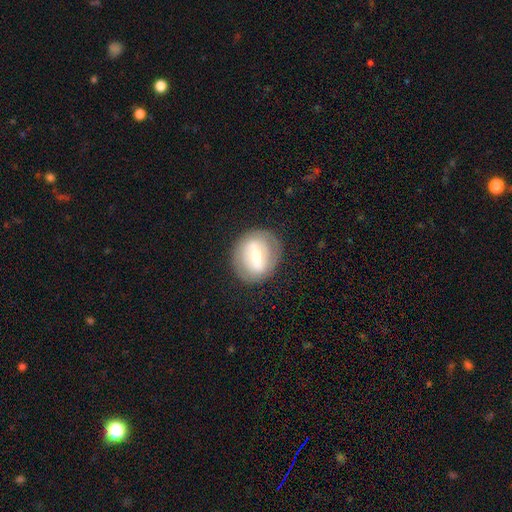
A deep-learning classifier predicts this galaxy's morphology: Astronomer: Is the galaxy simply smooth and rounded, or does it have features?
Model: featured or disk — 57% (runner-up: smooth, 36%).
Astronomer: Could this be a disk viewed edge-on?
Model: no — 92%.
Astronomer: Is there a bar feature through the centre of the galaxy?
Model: strong — 54% (runner-up: weak, 31%).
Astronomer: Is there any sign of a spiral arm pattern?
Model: no — 65%.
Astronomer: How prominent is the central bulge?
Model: moderate — 53% (runner-up: small, 37%).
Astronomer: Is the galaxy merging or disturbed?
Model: none — 80%.